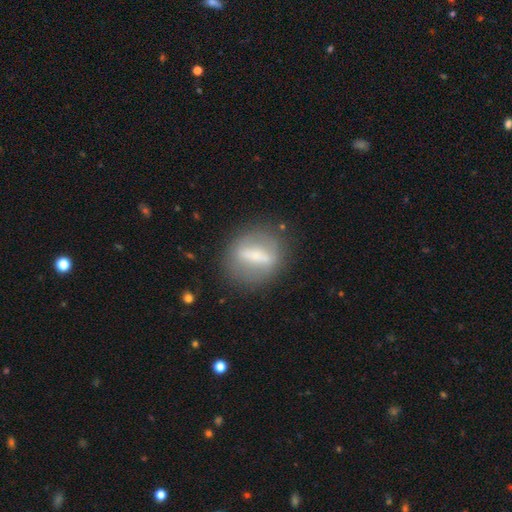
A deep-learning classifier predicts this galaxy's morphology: A featured or disk galaxy (53%).

Vote fractions:
- Smooth or featured? featured or disk: 53% / smooth: 38% / star or artifact: 9%
- Edge-on disk? no: 79% / yes: 21%
- Merging? none: 77% / minor disturbance: 13% / major disturbance: 7% / merger: 3%